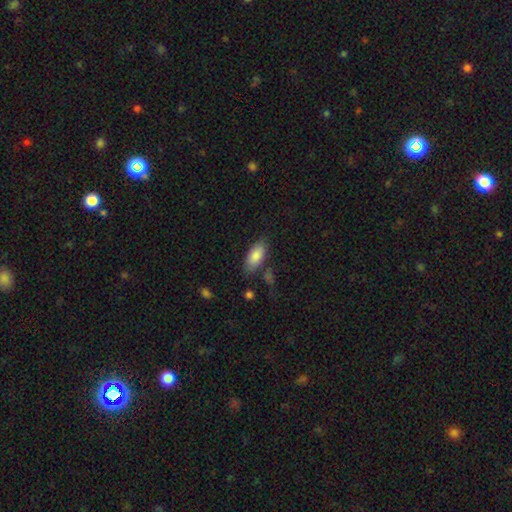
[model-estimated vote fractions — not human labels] Smooth or featured: smooth — 85% (featured or disk — 9%)
How rounded: in between — 88% (cigar-shaped — 9%)
Merging: none — 77% (minor disturbance — 15%)